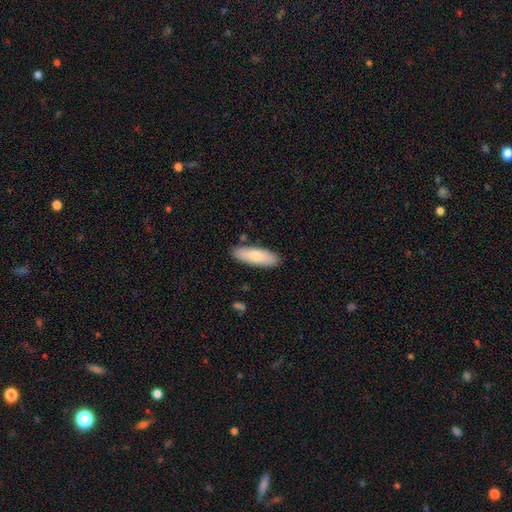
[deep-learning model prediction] smooth-or-featured: smooth: 77% | featured or disk: 17% | star or artifact: 6%
  how-rounded: in between: 60% | cigar-shaped: 38% | round: 2%
  merging: none: 85% | minor disturbance: 11% | merger: 2% | major disturbance: 2%